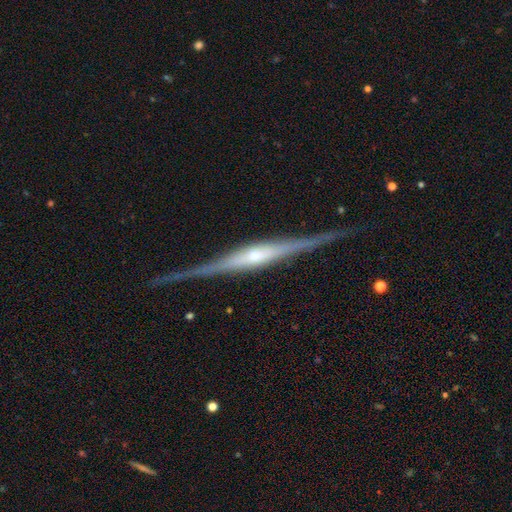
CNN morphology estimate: Q: Smooth or featured?
A: featured or disk (86%); runner-up: smooth (9%)
Q: Edge-on disk?
A: yes (98%); runner-up: no (2%)
Q: Edge-on bulge?
A: rounded (66%); runner-up: boxy (22%)
Q: Merging?
A: none (84%); runner-up: minor disturbance (12%)